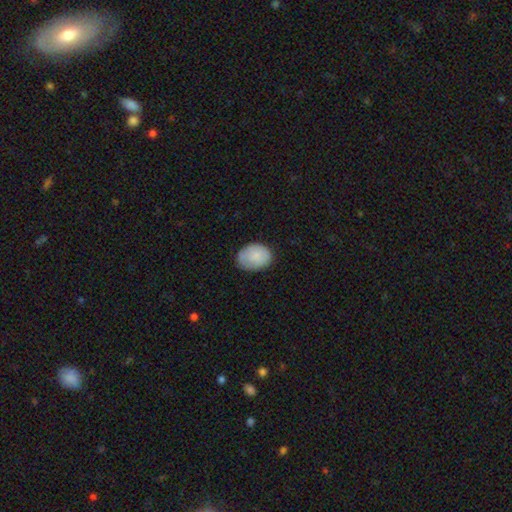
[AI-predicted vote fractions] smooth-or-featured: smooth: 83% | featured or disk: 11% | star or artifact: 6%
  how-rounded: in between: 70% | round: 29% | cigar-shaped: 1%
  merging: none: 74% | minor disturbance: 21% | major disturbance: 4% | merger: 1%